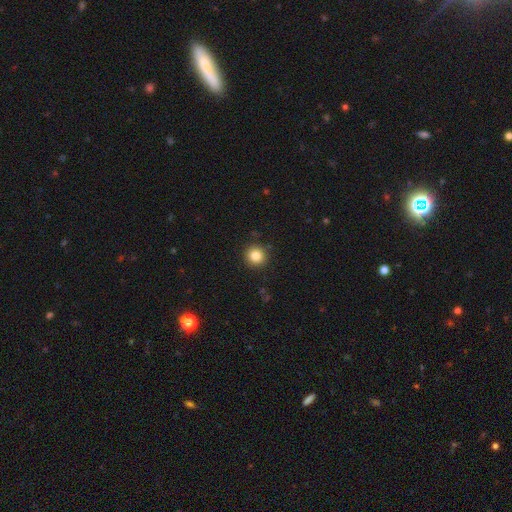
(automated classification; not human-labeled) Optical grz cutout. It shows a smooth galaxy with no disk features (84%) that is round (94%). Merging: none (91%).